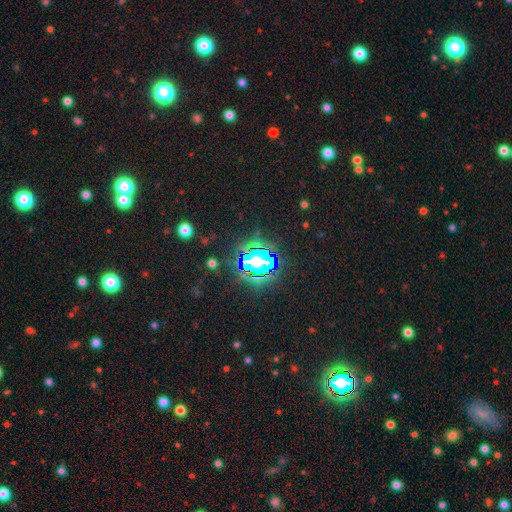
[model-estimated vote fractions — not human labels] Morphology: type=star or artifact (78%).